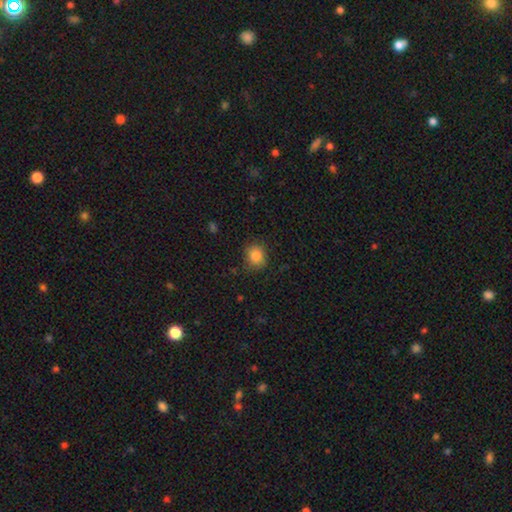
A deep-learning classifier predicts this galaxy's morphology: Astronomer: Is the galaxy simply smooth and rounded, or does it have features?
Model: smooth — 86%.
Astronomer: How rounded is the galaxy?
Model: round — 79%.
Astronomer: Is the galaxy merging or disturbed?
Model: none — 83%.